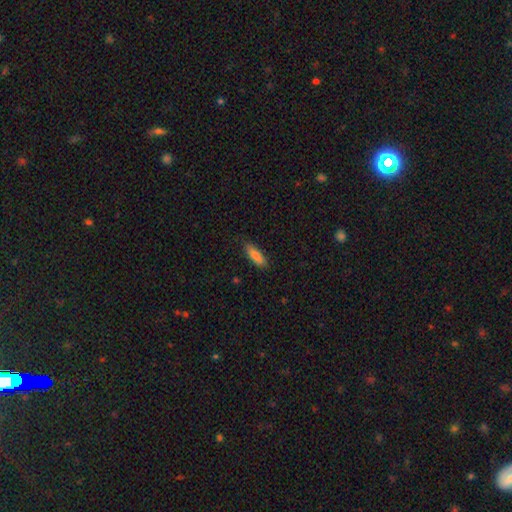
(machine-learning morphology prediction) Smooth or featured?
  - smooth: 81% *
  - featured or disk: 13%
  - star or artifact: 6%
How rounded?
  - in between: 51% *
  - cigar-shaped: 47%
  - round: 2%
Merging?
  - none: 85% *
  - minor disturbance: 12%
  - major disturbance: 2%
  - merger: 1%